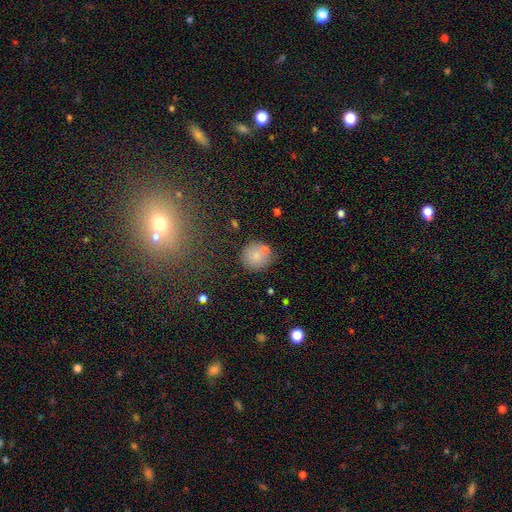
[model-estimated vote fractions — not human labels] smooth 79%, featured or disk 11%, star or artifact 10%. Down the decision tree: how rounded — round (90%); merging — none (67%).